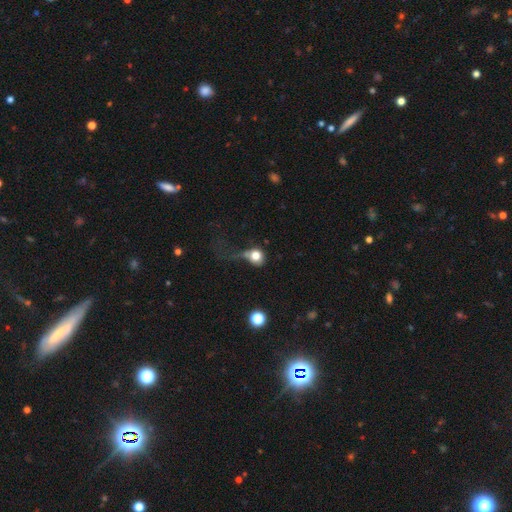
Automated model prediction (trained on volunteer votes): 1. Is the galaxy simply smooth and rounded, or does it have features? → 75% smooth, 14% featured or disk, 11% star or artifact.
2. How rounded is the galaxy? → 78% round, 21% in between, 1% cigar-shaped.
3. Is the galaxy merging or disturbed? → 46% major disturbance, 25% none, 20% minor disturbance, 9% merger.